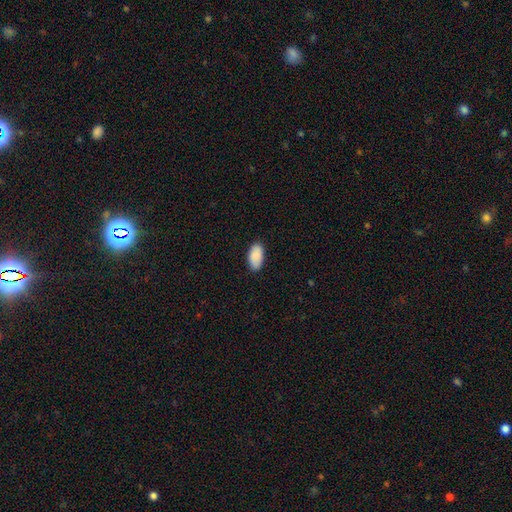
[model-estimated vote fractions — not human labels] This appears to be a smooth galaxy with no disk features (90%) that is in between round and cigar-shaped (95%). Merging: none (86%).